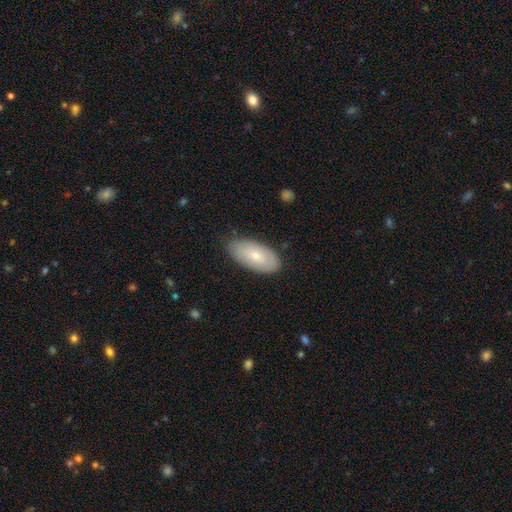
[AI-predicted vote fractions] smooth_or_featured: smooth (p=0.69) [alt: featured or disk p=0.26]
how_rounded: in between (p=0.93) [alt: cigar-shaped p=0.04]
merging: none (p=0.78) [alt: minor disturbance p=0.18]